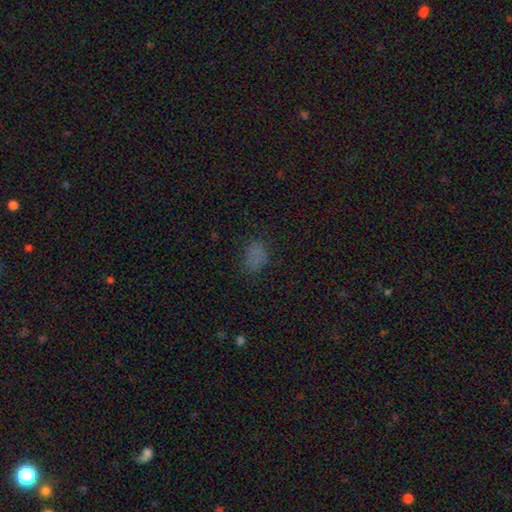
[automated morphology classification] smooth-or-featured: smooth: 69% | star or artifact: 24% | featured or disk: 7%
  how-rounded: in between: 73% | round: 25% | cigar-shaped: 2%
  merging: none: 69% | minor disturbance: 20% | major disturbance: 9% | merger: 2%